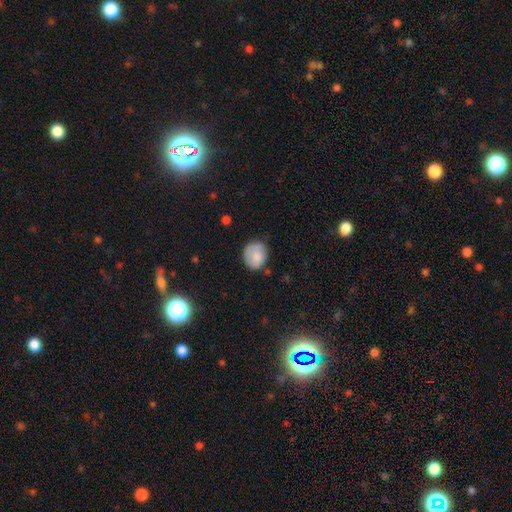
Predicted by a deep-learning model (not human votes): Smooth or featured? Predicted: smooth (p=0.79). How rounded? Predicted: round (p=0.64). Merging? Predicted: none (p=0.69).